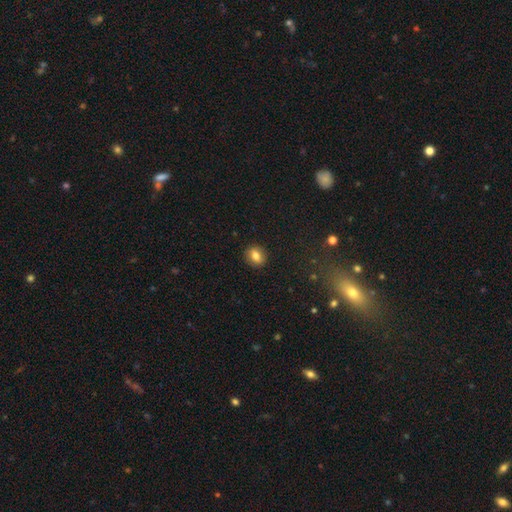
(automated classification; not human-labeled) smooth 81%, featured or disk 10%, star or artifact 9%. Down the decision tree: how rounded — round (62%); merging — none (90%).